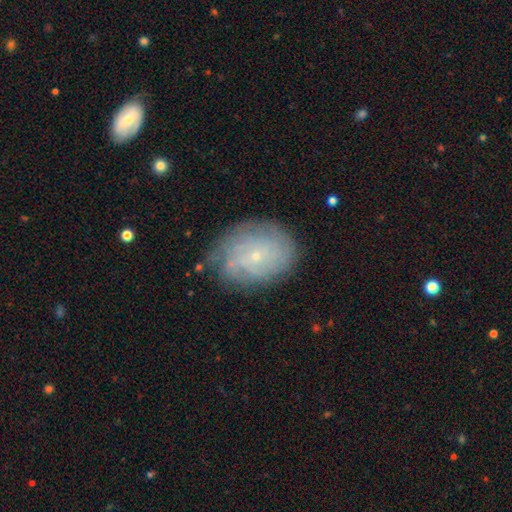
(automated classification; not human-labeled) Smooth or featured: featured or disk — 61% (smooth — 30%)
Edge-on disk: no — 96% (yes — 4%)
Bar: no — 81% (weak — 16%)
Spiral arms: yes — 78% (no — 22%)
Bulge size: small — 86% (moderate — 10%)
Merging: none — 73% (minor disturbance — 19%)